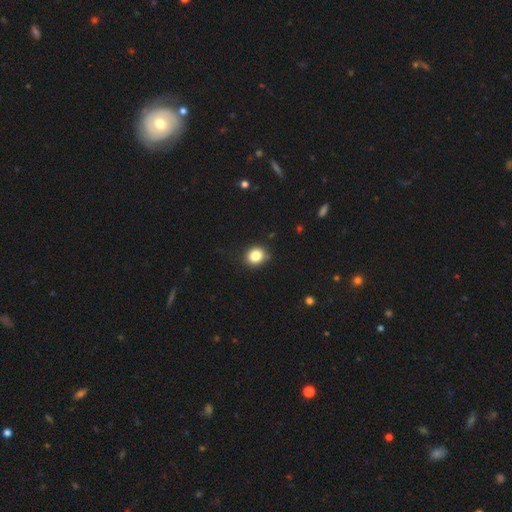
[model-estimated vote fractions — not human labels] Q: Smooth or featured?
A: smooth (84%); runner-up: star or artifact (10%)
Q: How rounded?
A: round (73%); runner-up: in between (26%)
Q: Merging?
A: none (84%); runner-up: minor disturbance (12%)